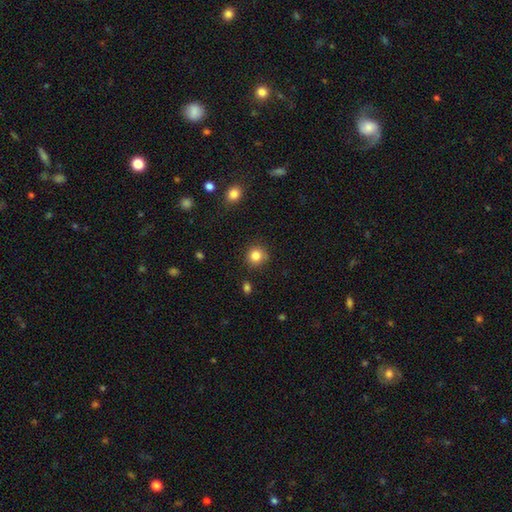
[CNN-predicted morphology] smooth_or_featured: smooth (p=0.84) [alt: star or artifact p=0.11]
how_rounded: round (p=0.91) [alt: in between p=0.08]
merging: none (p=0.86) [alt: minor disturbance p=0.09]